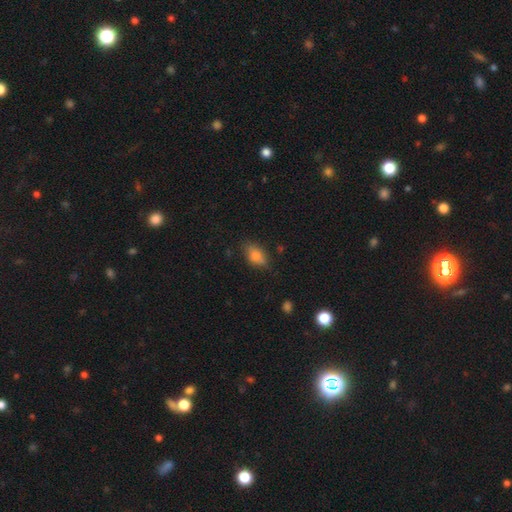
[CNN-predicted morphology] The model was most divided on "merging": none: 74%, minor disturbance: 20%, major disturbance: 4%, merger: 2%. More confident: how rounded — in between (85%); smooth or featured — smooth (79%).